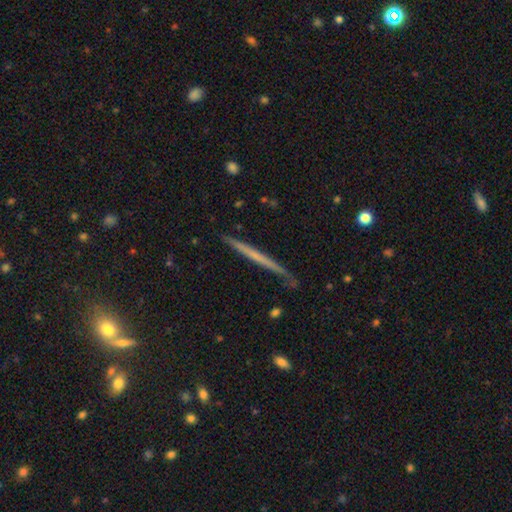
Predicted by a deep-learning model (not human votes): Smooth or featured: featured or disk — 53% (smooth — 40%)
Edge-on disk: yes — 97% (no — 3%)
Edge-on bulge: none — 88% (rounded — 8%)
Merging: none — 86% (minor disturbance — 10%)